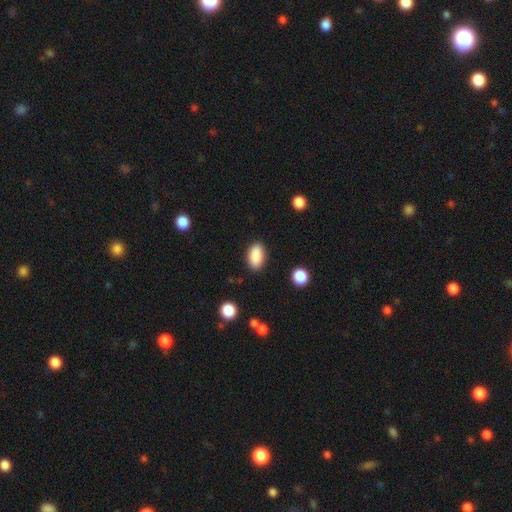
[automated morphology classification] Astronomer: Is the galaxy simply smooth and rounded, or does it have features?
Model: smooth — 89%.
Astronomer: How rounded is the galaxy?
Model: in between — 92%.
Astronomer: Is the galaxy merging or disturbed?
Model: none — 87%.